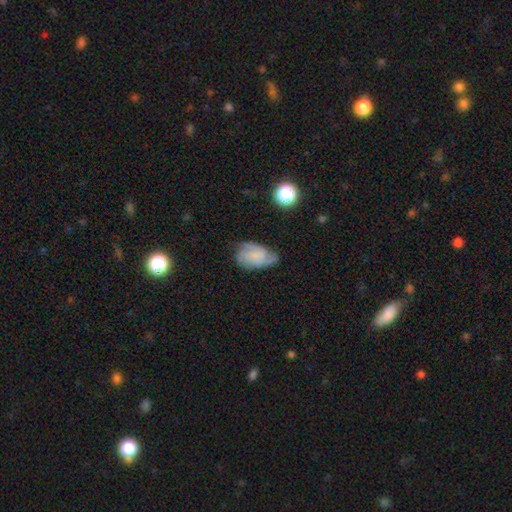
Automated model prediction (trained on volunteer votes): featured or disk 48%, smooth 42%, star or artifact 10%. Down the decision tree: merging — none (49%).